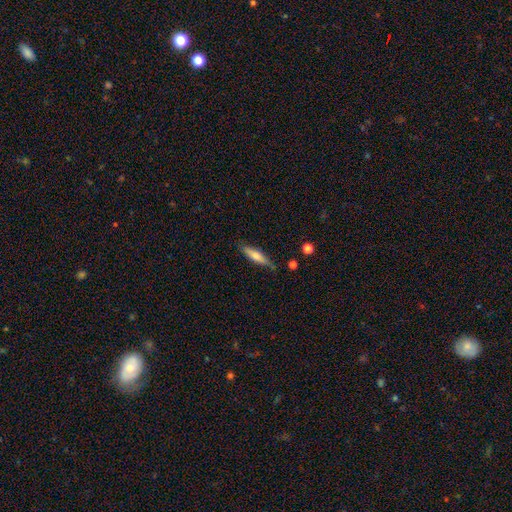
This appears to be a smooth galaxy with no disk features (59%) that is cigar-shaped (91%). Merging: none (81%).